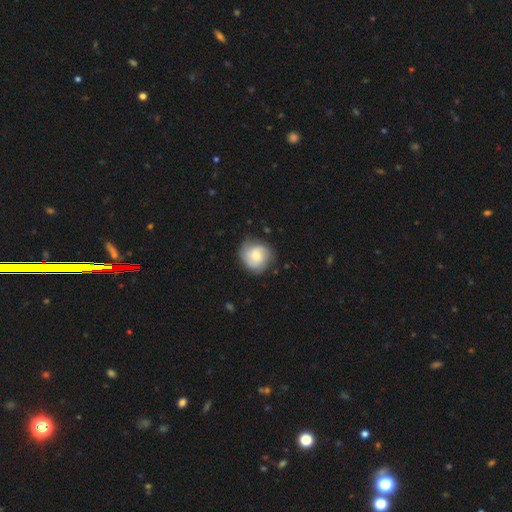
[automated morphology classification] This appears to be a smooth galaxy with no disk features (55%) that is round (85%). Merging: none (72%).